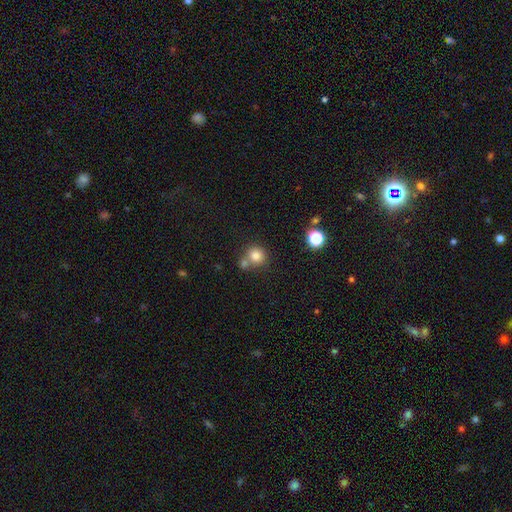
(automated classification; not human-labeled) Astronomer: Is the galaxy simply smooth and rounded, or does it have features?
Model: smooth — 80%.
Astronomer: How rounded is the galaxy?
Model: round — 89%.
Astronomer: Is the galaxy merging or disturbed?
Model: none — 59%.